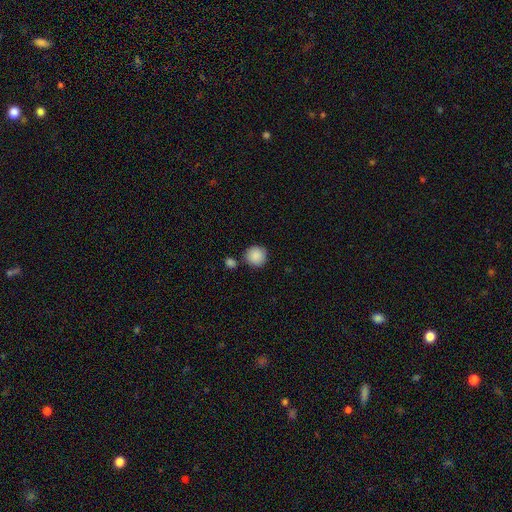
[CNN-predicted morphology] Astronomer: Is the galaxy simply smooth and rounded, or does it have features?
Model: smooth — 89%.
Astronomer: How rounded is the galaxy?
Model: round — 94%.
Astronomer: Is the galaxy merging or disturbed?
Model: none — 80%.